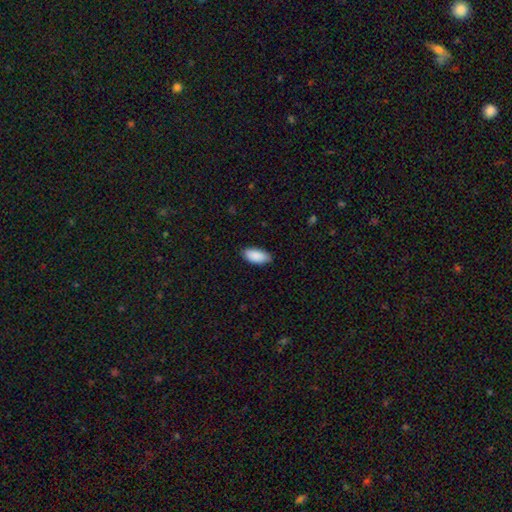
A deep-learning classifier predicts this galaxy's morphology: Smooth or featured: smooth — 91% (star or artifact — 6%)
How rounded: in between — 92% (cigar-shaped — 6%)
Merging: none — 85% (minor disturbance — 12%)